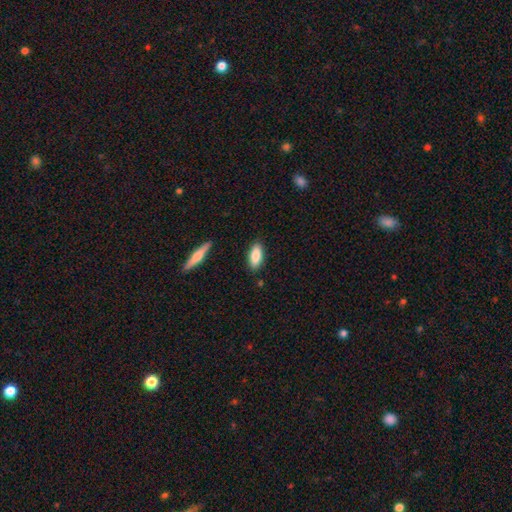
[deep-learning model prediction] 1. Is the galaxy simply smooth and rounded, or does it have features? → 85% smooth, 9% featured or disk, 6% star or artifact.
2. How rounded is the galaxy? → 80% in between, 18% cigar-shaped, 2% round.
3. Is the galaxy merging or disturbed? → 86% none, 10% minor disturbance, 2% major disturbance, 2% merger.